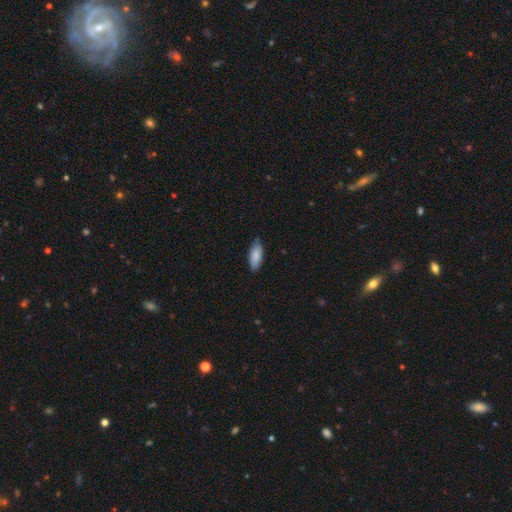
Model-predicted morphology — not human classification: A smooth galaxy with no disk features (87%) that is in between round and cigar-shaped (84%). Merging: none (80%).